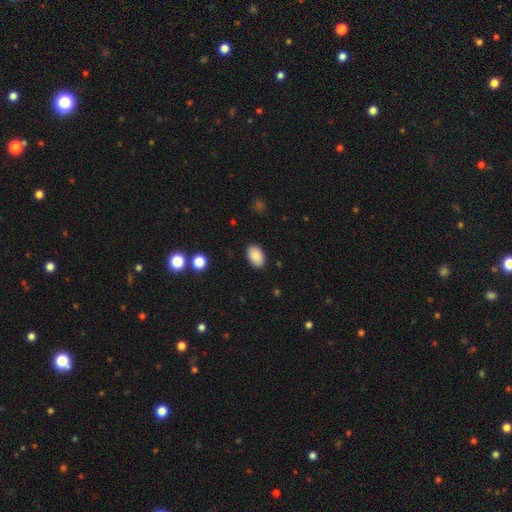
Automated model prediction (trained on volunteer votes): smooth 89%, star or artifact 7%, featured or disk 4%. Down the decision tree: how rounded — in between (90%); merging — none (88%).